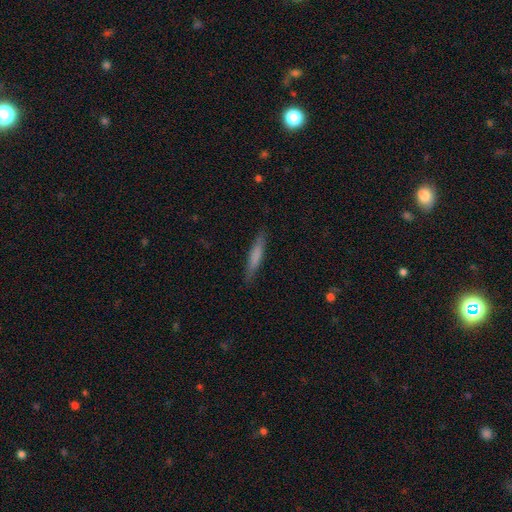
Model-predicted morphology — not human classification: This is likely a smooth galaxy (70%). How rounded: clearly cigar-shaped (92%). Merging: clearly none (87%).